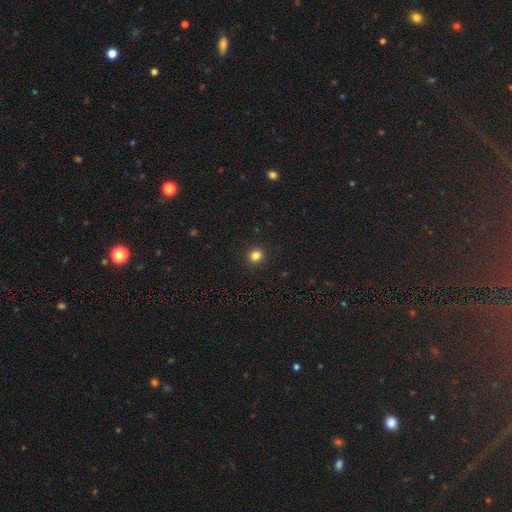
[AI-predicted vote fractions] The model was most divided on "smooth or featured": smooth: 82%, star or artifact: 13%, featured or disk: 4%. More confident: merging — none (93%); how rounded — round (92%).